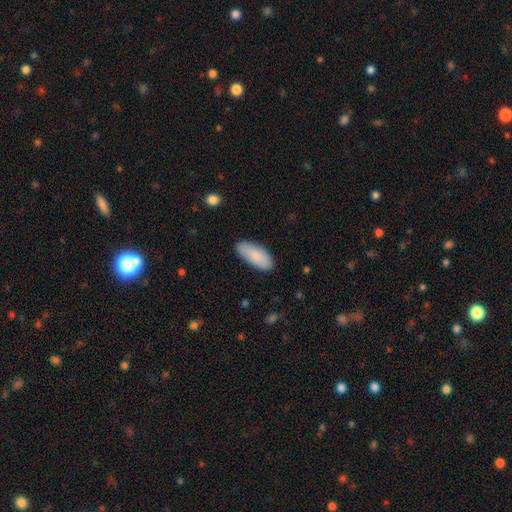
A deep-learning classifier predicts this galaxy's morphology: Smooth or featured: smooth — 87% (featured or disk — 7%)
How rounded: in between — 86% (cigar-shaped — 12%)
Merging: none — 86% (minor disturbance — 11%)